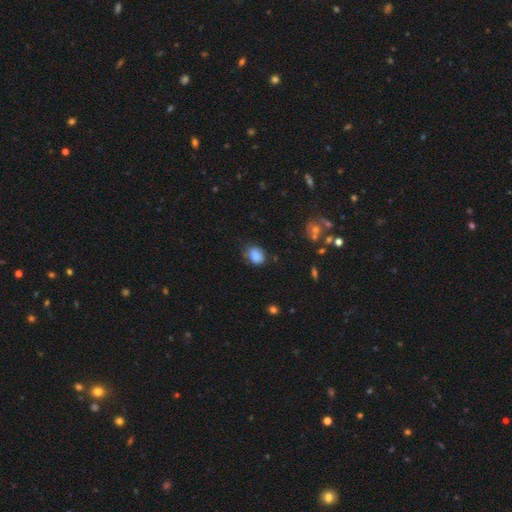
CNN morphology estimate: smooth 85%, star or artifact 9%, featured or disk 6%. Down the decision tree: how rounded — in between (62%); merging — none (65%).